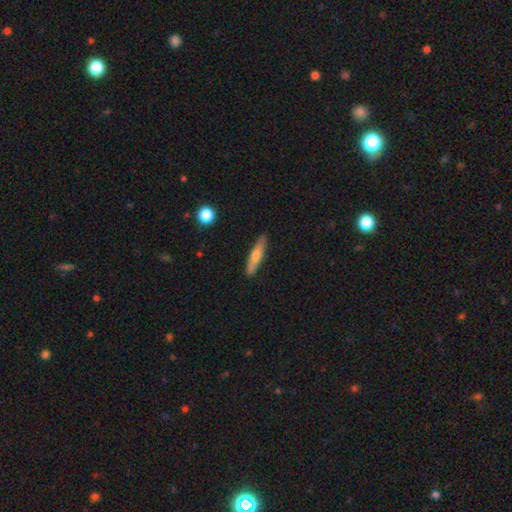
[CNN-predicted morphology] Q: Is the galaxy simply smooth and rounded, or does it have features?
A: smooth — 61%.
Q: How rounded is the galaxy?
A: cigar-shaped — 87%.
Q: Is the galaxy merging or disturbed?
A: none — 87%.